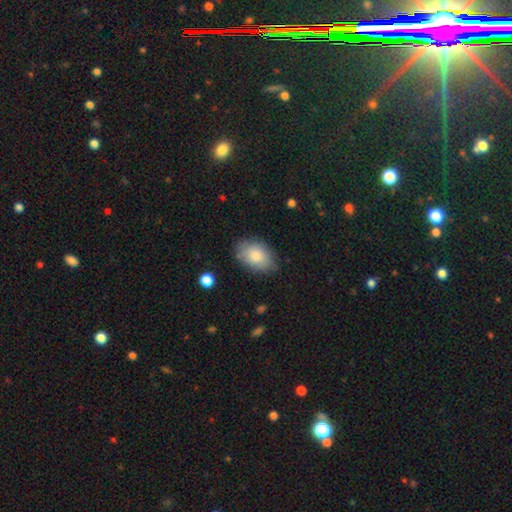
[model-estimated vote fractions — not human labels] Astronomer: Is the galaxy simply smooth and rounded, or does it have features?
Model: smooth — 82%.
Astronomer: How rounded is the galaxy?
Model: in between — 88%.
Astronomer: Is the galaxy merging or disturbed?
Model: none — 78%.